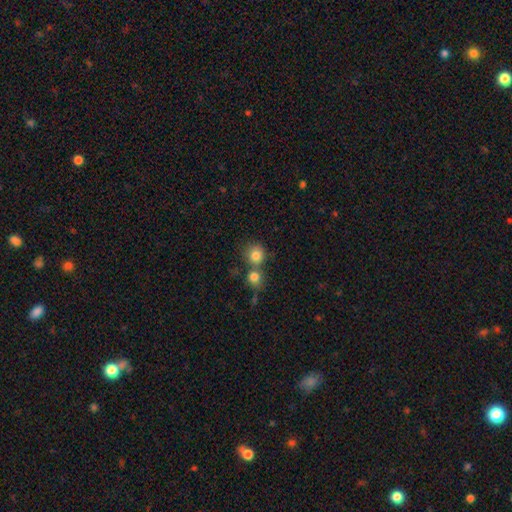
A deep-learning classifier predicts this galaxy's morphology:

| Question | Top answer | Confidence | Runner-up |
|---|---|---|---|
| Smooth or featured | smooth | 81% | star or artifact (11%) |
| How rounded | round | 87% | in between (12%) |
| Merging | none | 51% | merger (38%) |